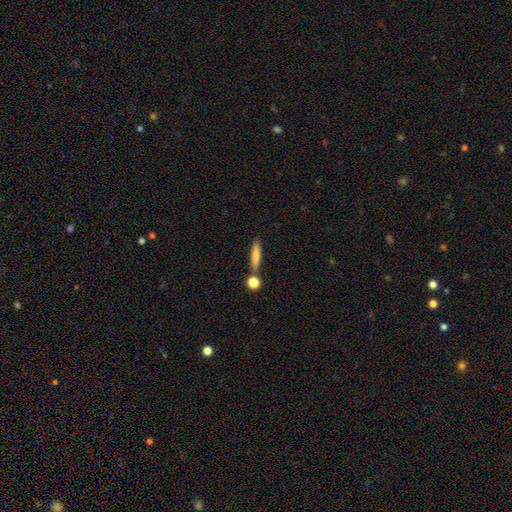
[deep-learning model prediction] smooth-or-featured: smooth: 78% | featured or disk: 14% | star or artifact: 7%
  how-rounded: cigar-shaped: 78% | in between: 18% | round: 4%
  merging: none: 75% | merger: 12% | minor disturbance: 11% | major disturbance: 3%